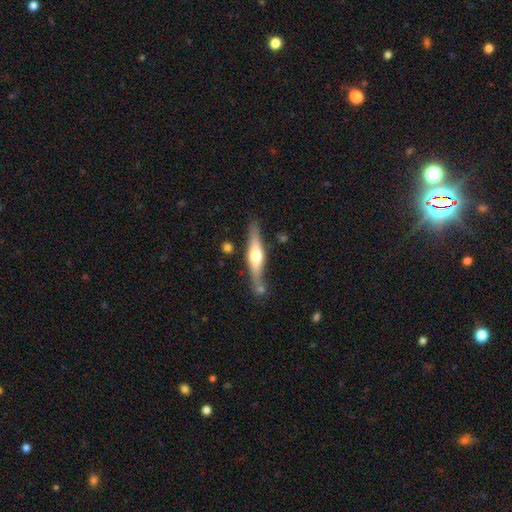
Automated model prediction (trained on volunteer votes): smooth-or-featured: featured or disk: 63% | smooth: 32% | star or artifact: 5%
  disk-edge-on: yes: 95% | no: 5%
    edge-on-bulge: rounded: 90% | boxy: 7% | none: 3%
  merging: none: 76% | minor disturbance: 14% | merger: 7% | major disturbance: 3%